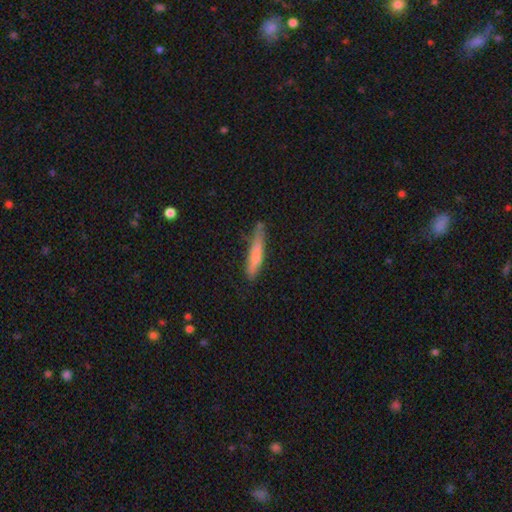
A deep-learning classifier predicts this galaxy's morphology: Overall: smooth (73%). How rounded: cigar-shaped (89%). Merging: none (61%; minor disturbance 28%).